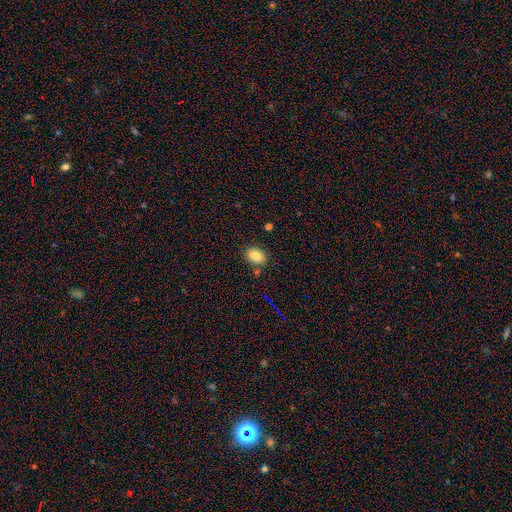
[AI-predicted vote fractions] smooth-or-featured: smooth: 83% | star or artifact: 10% | featured or disk: 7%
  how-rounded: in between: 71% | round: 27% | cigar-shaped: 1%
  merging: none: 81% | minor disturbance: 11% | merger: 5% | major disturbance: 3%